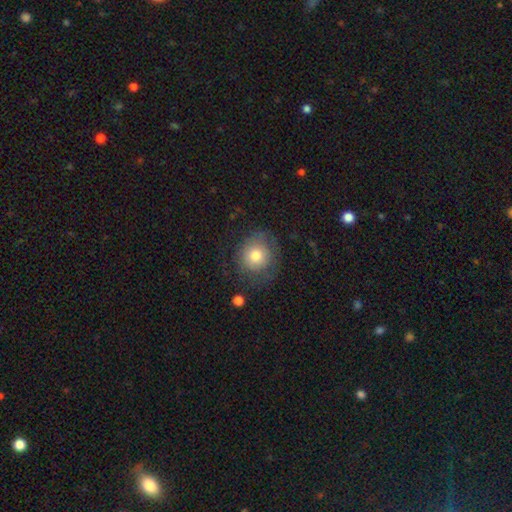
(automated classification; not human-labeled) Q: Smooth or featured?
A: smooth (73%); runner-up: featured or disk (17%)
Q: How rounded?
A: round (87%); runner-up: in between (12%)
Q: Merging?
A: none (69%); runner-up: minor disturbance (18%)